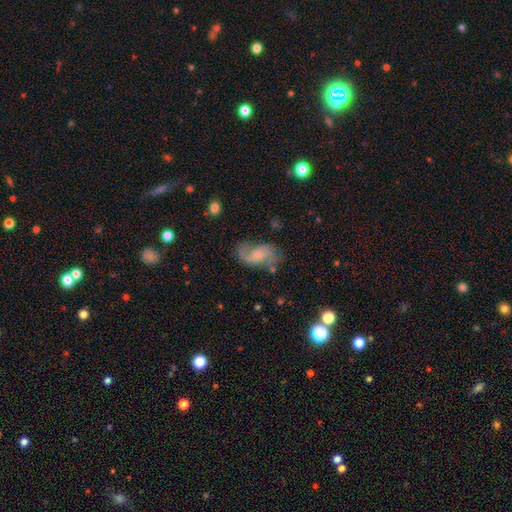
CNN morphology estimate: A featured or disk galaxy (75%) with no bar (58%), 2 (83%) loose (49%) spiral arms (93%) and a small central bulge (47%).

Vote fractions:
- Smooth or featured? featured or disk: 75% / smooth: 17% / star or artifact: 8%
- Edge-on disk? no: 97% / yes: 3%
- Bar? no: 58% / weak: 36% / strong: 6%
- Spiral arms? yes: 93% / no: 7%
- Spiral winding? loose: 49% / medium: 39% / tight: 12%
- Spiral arm count? 2: 83% / 1: 8% / can't tell: 6% / 3: 2% / 4: 1% / more than 4: 1%
- Bulge size? small: 47% / moderate: 27% / none: 21% / large: 4% / dominant: 1%
- Merging? none: 62% / minor disturbance: 21% / major disturbance: 14% / merger: 3%